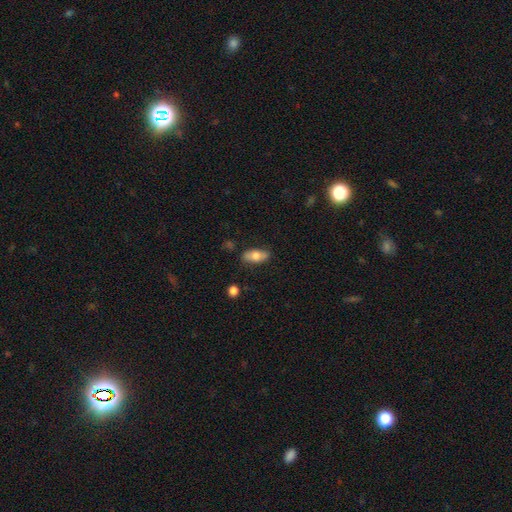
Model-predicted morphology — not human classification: smooth_or_featured: smooth (p=0.71) [alt: featured or disk p=0.23]
how_rounded: in between (p=0.85) [alt: cigar-shaped p=0.12]
merging: none (p=0.82) [alt: minor disturbance p=0.14]